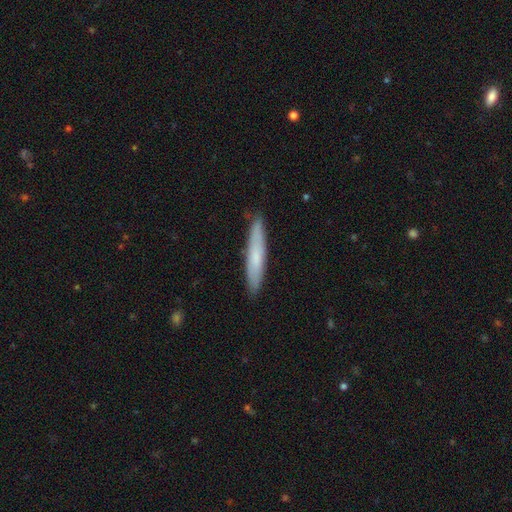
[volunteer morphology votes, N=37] This is likely a smooth galaxy (68%). How rounded: clearly cigar-shaped (100%). Merging: clearly none (100%).